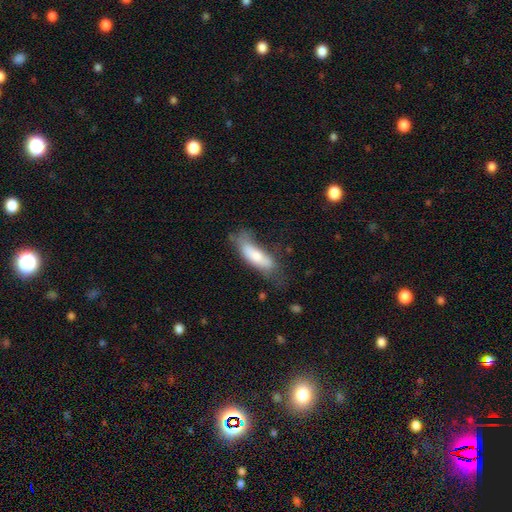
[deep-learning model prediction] A smooth galaxy with no disk features (72%) that is in between round and cigar-shaped (53%).

Vote fractions:
- Smooth or featured? smooth: 72% / featured or disk: 22% / star or artifact: 7%
- How rounded? in between: 53% / cigar-shaped: 46% / round: 2%
- Merging? none: 42% / minor disturbance: 32% / major disturbance: 23% / merger: 4%